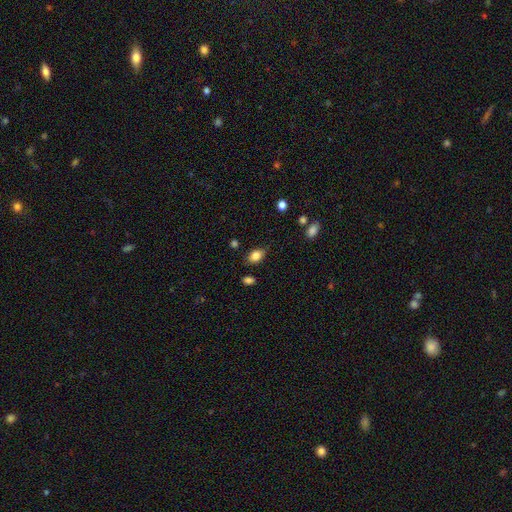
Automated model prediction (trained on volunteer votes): Morphology: type=smooth (83%); roundness=in between (82%); merging=none (76%).